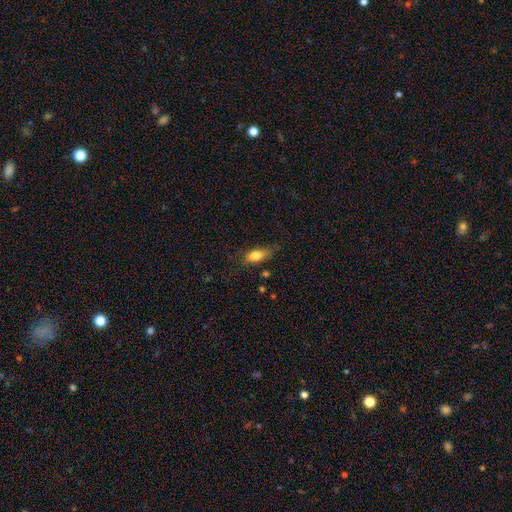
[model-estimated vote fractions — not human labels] Smooth or featured? Predicted: smooth (p=0.78). How rounded? Predicted: in between (p=0.77). Merging? Predicted: none (p=0.66).